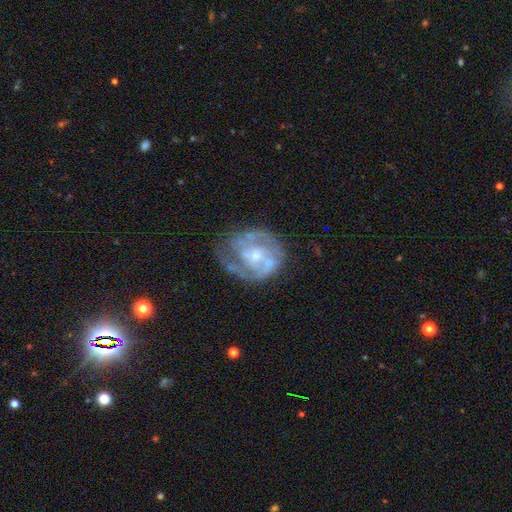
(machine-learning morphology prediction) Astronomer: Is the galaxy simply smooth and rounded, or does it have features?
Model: featured or disk — 80%.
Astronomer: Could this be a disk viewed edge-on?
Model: no — 98%.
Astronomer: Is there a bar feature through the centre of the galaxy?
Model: no — 64%.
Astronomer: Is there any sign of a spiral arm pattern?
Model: yes — 79%.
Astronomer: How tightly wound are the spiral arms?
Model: tight — 49% (runner-up: medium, 38%).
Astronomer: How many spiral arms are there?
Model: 2 — 41% (runner-up: can't tell, 30%).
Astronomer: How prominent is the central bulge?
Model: small — 56% (runner-up: moderate, 34%).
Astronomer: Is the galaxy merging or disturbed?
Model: none — 56%.